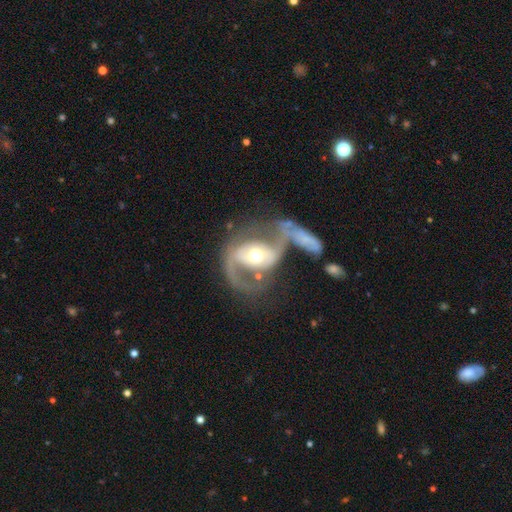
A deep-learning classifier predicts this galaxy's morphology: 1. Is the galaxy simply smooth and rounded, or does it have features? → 82% featured or disk, 12% smooth, 5% star or artifact.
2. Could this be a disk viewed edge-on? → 96% no, 4% yes.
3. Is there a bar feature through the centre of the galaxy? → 45% no, 29% weak, 25% strong.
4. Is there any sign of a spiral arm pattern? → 84% yes, 16% no.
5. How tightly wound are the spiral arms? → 44% medium, 40% loose, 15% tight.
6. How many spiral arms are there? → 81% 2, 11% 1, 5% can't tell, 1% 3, 1% 4, 1% more than 4.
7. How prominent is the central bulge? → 71% moderate, 16% large, 10% small, 2% dominant, 1% none.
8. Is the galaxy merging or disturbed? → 35% merger, 31% none, 21% major disturbance, 13% minor disturbance.